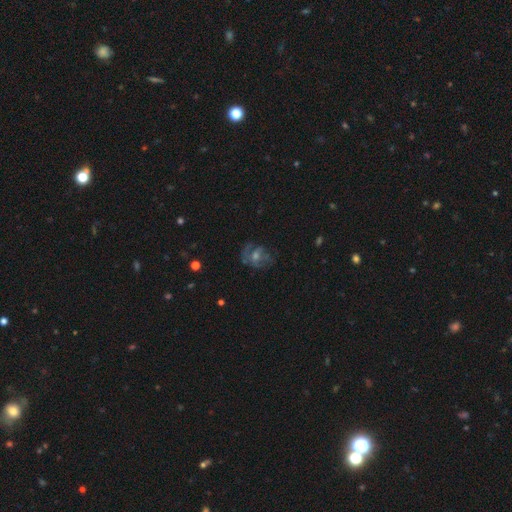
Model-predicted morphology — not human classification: Smooth or featured? Predicted: featured or disk (p=0.59). Edge-on disk? Predicted: no (p=0.96). Bar? Predicted: no (p=0.60). Spiral arms? Predicted: yes (p=0.72). Bulge size? Predicted: moderate (p=0.51). Merging? Predicted: none (p=0.65).